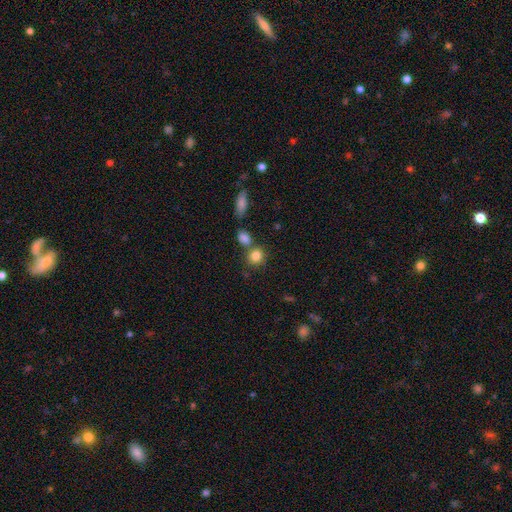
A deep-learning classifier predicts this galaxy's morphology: A smooth galaxy with no disk features (84%) that is round (71%).

Vote fractions:
- Smooth or featured? smooth: 84% / star or artifact: 9% / featured or disk: 7%
- How rounded? round: 71% / in between: 27% / cigar-shaped: 2%
- Merging? none: 61% / merger: 25% / minor disturbance: 10% / major disturbance: 4%